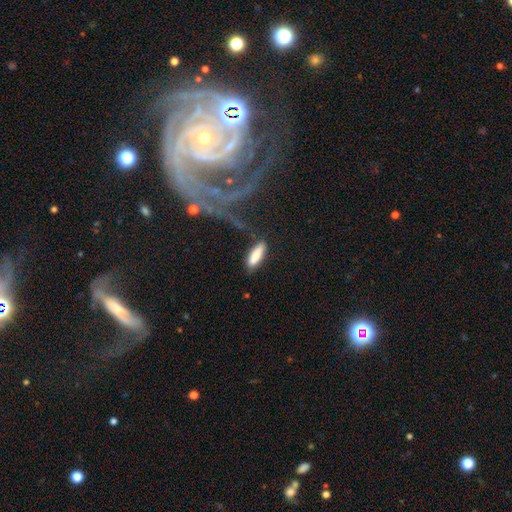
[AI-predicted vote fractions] smooth 82%, featured or disk 12%, star or artifact 6%. Down the decision tree: how rounded — in between (51%); merging — none (75%).